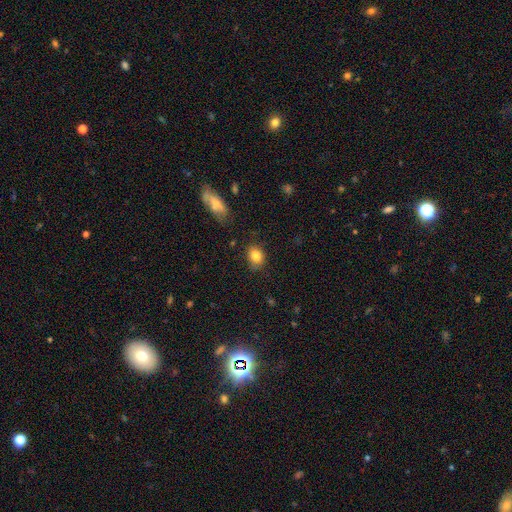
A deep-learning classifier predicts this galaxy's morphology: The model was most divided on "how rounded": in between: 55%, round: 44%, cigar-shaped: 1%. More confident: smooth or featured — smooth (83%); merging — none (80%).